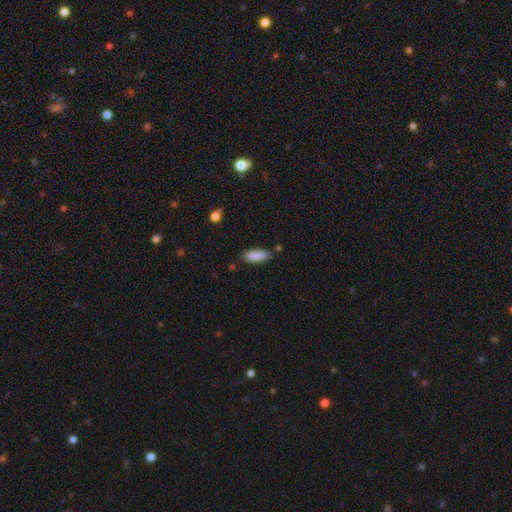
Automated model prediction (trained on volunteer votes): Overall: smooth (88%). How rounded: in between (70%). Merging: none (80%).